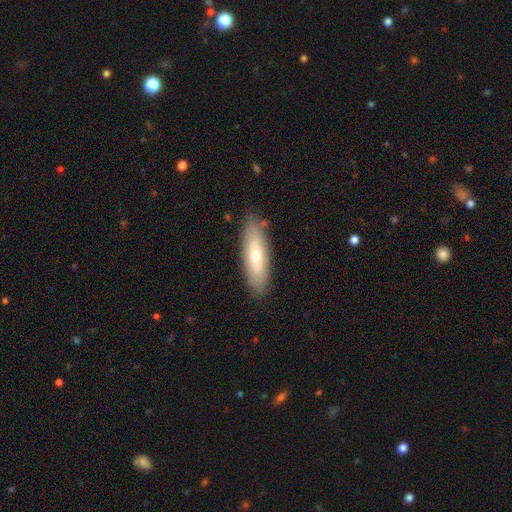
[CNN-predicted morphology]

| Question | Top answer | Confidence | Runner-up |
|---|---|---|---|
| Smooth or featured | smooth | 61% | featured or disk (32%) |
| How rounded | cigar-shaped | 51% | in between (47%) |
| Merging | none | 85% | minor disturbance (11%) |